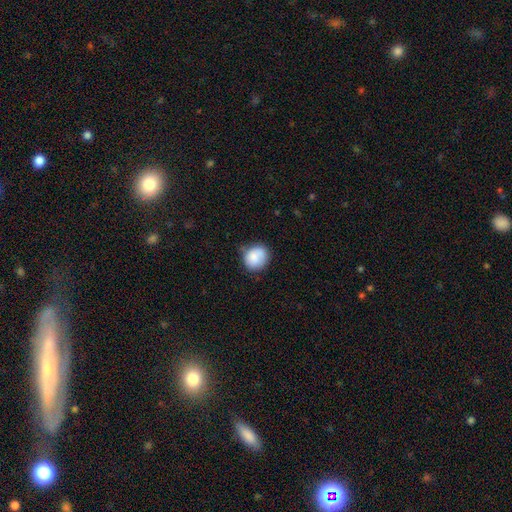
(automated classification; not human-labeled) A smooth galaxy with no disk features (82%) that is round (75%). Merging: none (64%).